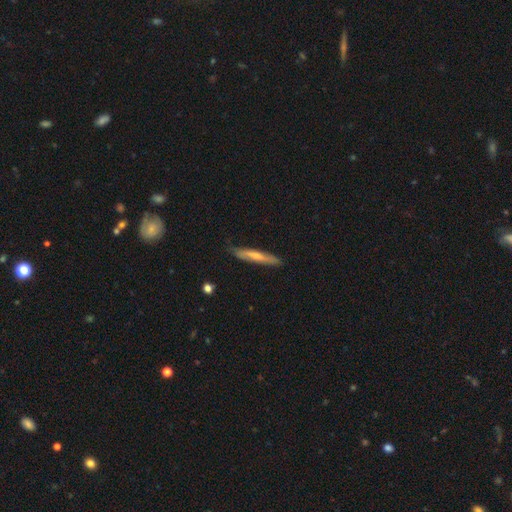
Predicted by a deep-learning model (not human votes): A smooth galaxy with no disk features (58%) that is cigar-shaped (92%).

Vote fractions:
- Smooth or featured? smooth: 58% / featured or disk: 37% / star or artifact: 5%
- How rounded? cigar-shaped: 92% / in between: 7% / round: 1%
- Merging? none: 80% / minor disturbance: 16% / major disturbance: 3% / merger: 1%